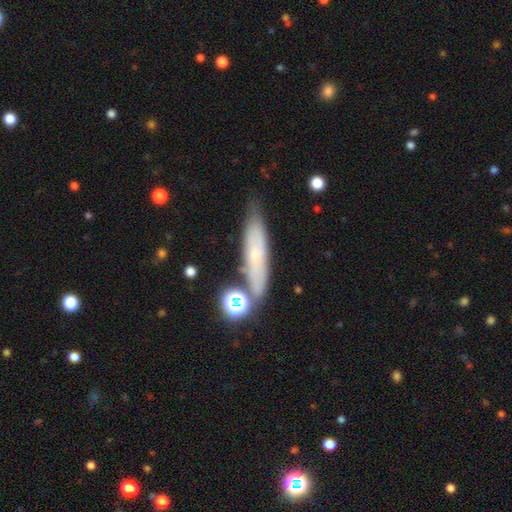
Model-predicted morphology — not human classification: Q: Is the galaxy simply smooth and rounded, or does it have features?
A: smooth — 52%.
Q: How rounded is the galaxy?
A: cigar-shaped — 78%.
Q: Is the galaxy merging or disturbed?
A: none — 69%.